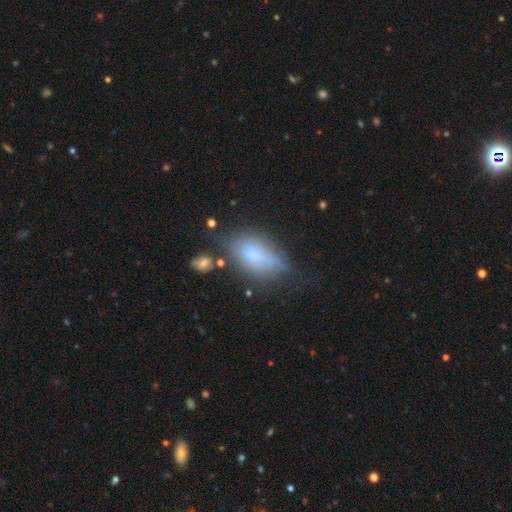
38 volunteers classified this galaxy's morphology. Overall: smooth (61%; featured or disk 37%). How rounded: in between (91%). Merging: none (49%; minor disturbance 32%).